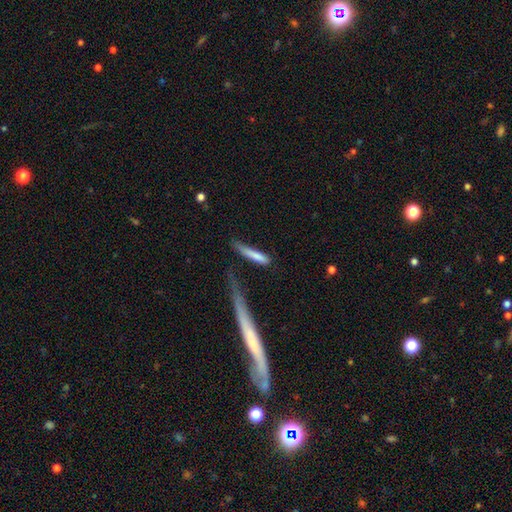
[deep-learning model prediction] smooth-or-featured: smooth: 78% | featured or disk: 15% | star or artifact: 7%
  how-rounded: cigar-shaped: 88% | in between: 10% | round: 2%
  merging: none: 52% | minor disturbance: 24% | major disturbance: 13% | merger: 10%